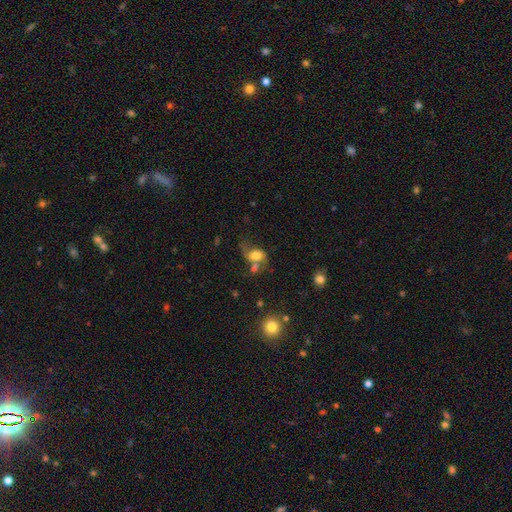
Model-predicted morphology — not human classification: A smooth galaxy with no disk features (59%) that is in between round and cigar-shaped (72%).

Vote fractions:
- Smooth or featured? smooth: 59% / featured or disk: 29% / star or artifact: 11%
- How rounded? in between: 72% / round: 26% / cigar-shaped: 2%
- Merging? merger: 29% / none: 28% / major disturbance: 24% / minor disturbance: 20%